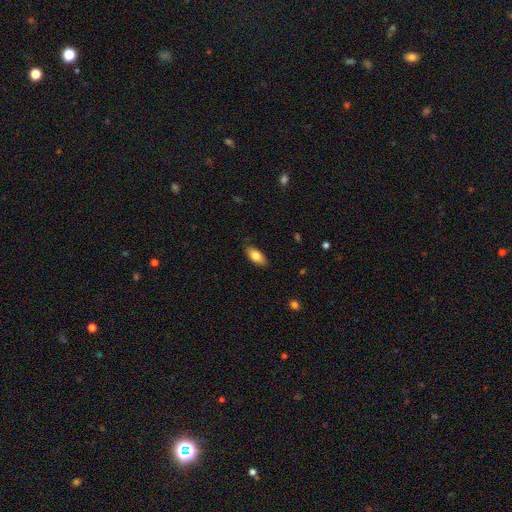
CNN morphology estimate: Overall: smooth (81%). How rounded: in between (89%). Merging: none (86%).